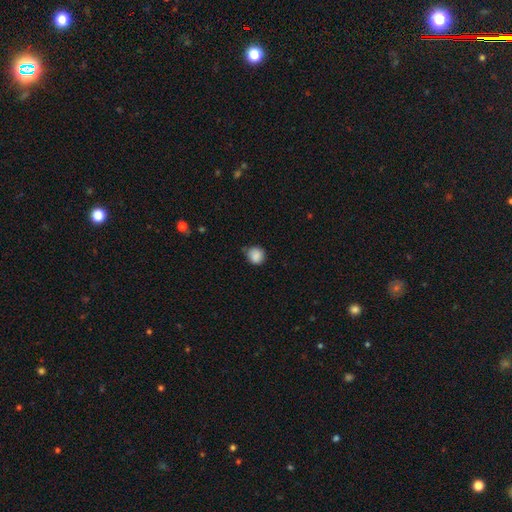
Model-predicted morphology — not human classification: This appears to be a smooth galaxy with no disk features (87%) that is round (84%). Merging: none (64%).